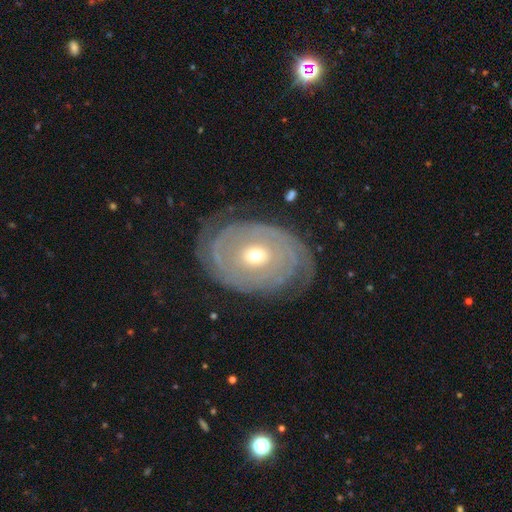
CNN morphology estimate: featured or disk 81%, smooth 14%, star or artifact 6%. Down the decision tree: edge-on disk — no (96%); bar — no (79%); spiral arms — yes (83%); spiral arm count — can't tell (41%); spiral winding — tight (79%); bulge size — small (49%); merging — none (73%).